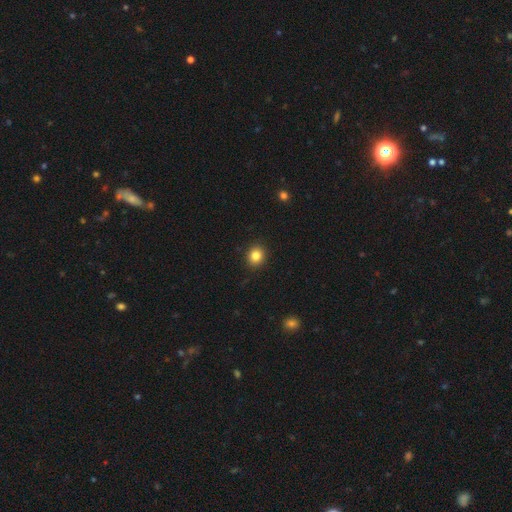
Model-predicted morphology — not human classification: type=smooth (84%); roundness=round (77%); merging=none (91%).